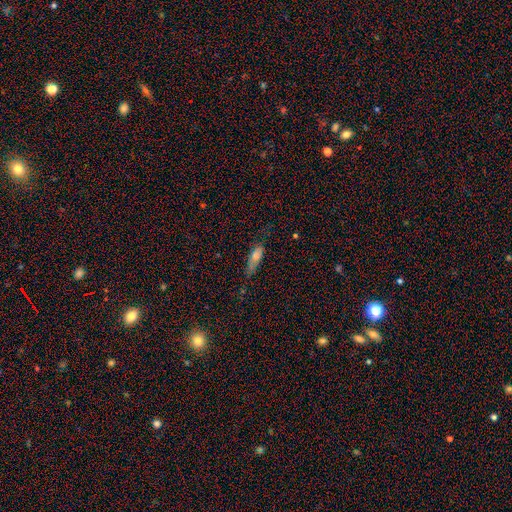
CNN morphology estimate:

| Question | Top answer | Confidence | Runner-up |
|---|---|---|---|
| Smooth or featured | smooth | 71% | featured or disk (21%) |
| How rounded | in between | 57% | cigar-shaped (39%) |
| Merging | none | 50% | minor disturbance (34%) |